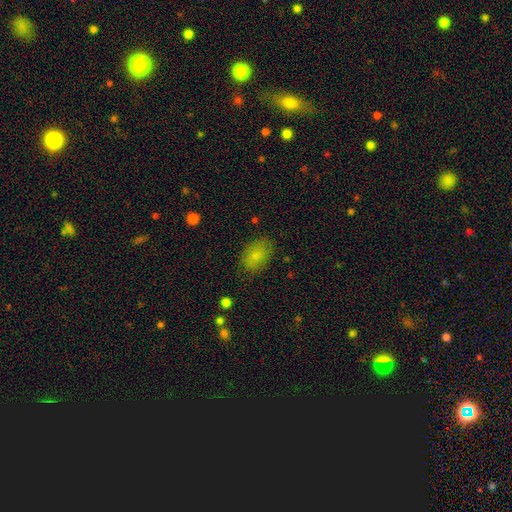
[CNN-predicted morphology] type=smooth (81%); roundness=in between (83%); merging=none (79%).